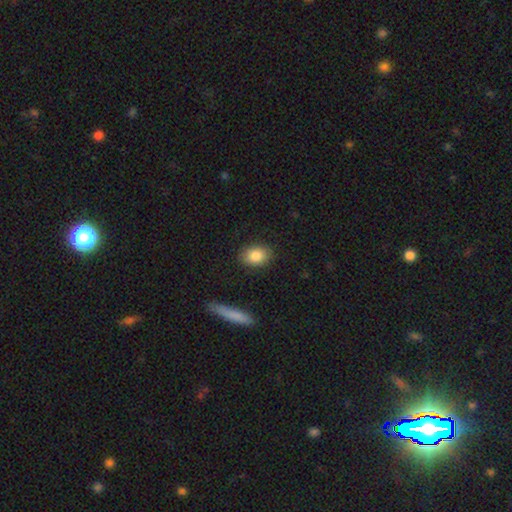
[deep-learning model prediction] Overall: smooth (85%). How rounded: in between (70%). Merging: none (86%).